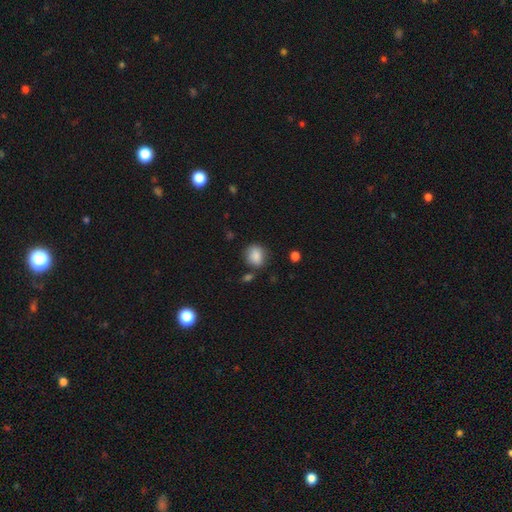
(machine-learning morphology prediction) Smooth or featured: smooth — 85% (star or artifact — 9%)
How rounded: round — 56% (in between — 43%)
Merging: none — 71% (minor disturbance — 18%)